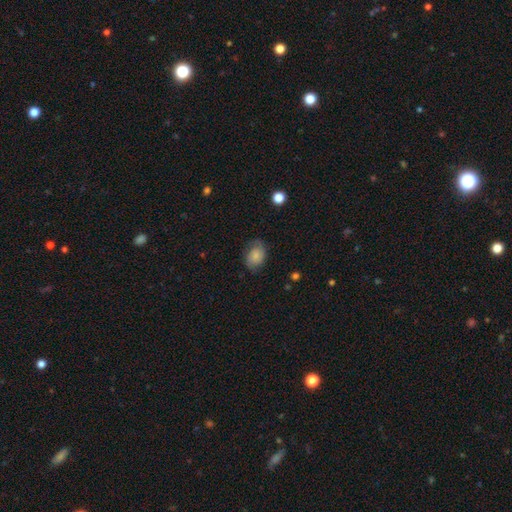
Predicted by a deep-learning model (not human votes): smooth_or_featured: smooth (p=0.59) [alt: featured or disk p=0.33]
how_rounded: in between (p=0.72) [alt: round p=0.27]
merging: none (p=0.66) [alt: minor disturbance p=0.24]